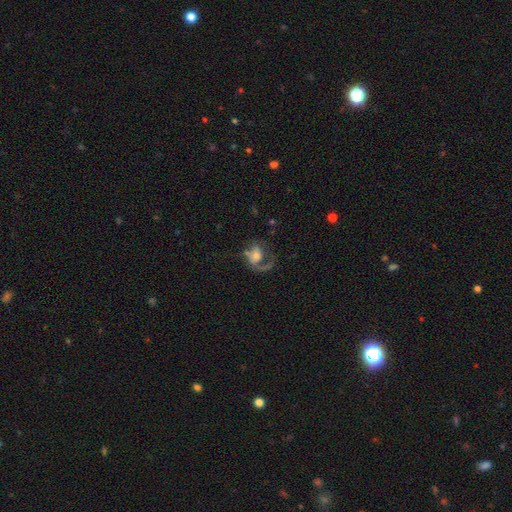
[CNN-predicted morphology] A featured or disk galaxy (63%) with no bar (62%), spiral arms (78%) and a moderate central bulge (46%).

Vote fractions:
- Smooth or featured? featured or disk: 63% / smooth: 27% / star or artifact: 9%
- Edge-on disk? no: 97% / yes: 3%
- Bar? no: 62% / weak: 29% / strong: 9%
- Spiral arms? yes: 78% / no: 22%
- Bulge size? moderate: 46% / small: 33% / large: 12% / none: 7% / dominant: 2%
- Merging? major disturbance: 43% / none: 35% / minor disturbance: 17% / merger: 6%